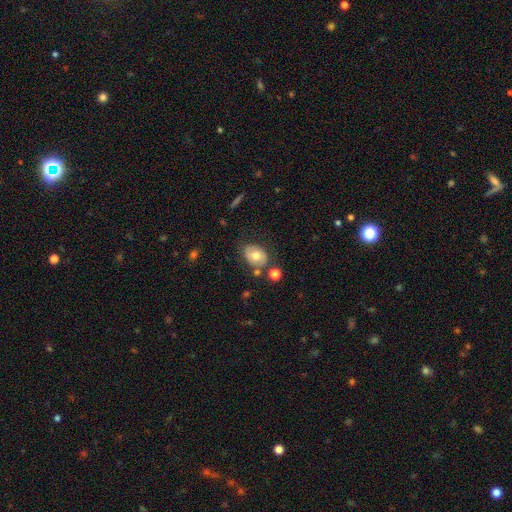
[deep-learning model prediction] smooth 64%, featured or disk 28%, star or artifact 9%. Down the decision tree: how rounded — in between (68%); merging — none (66%).